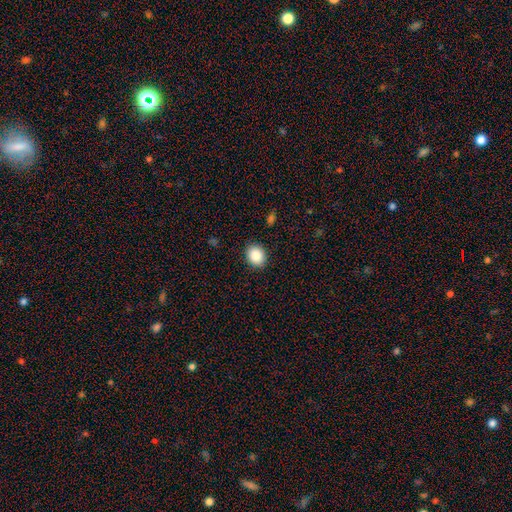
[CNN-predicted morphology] type=smooth (86%); roundness=round (64%); merging=none (90%).